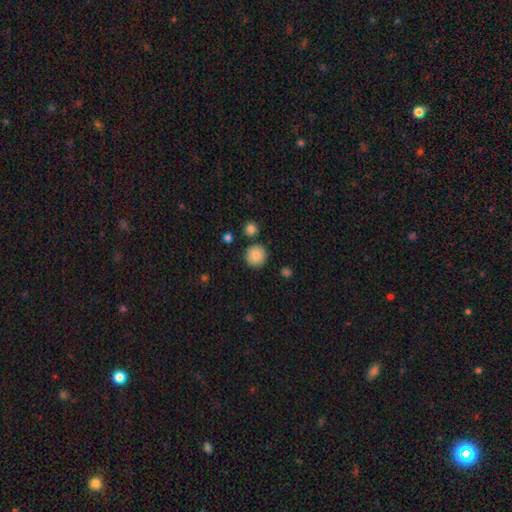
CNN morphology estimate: type=smooth (87%); roundness=round (94%); merging=none (87%).